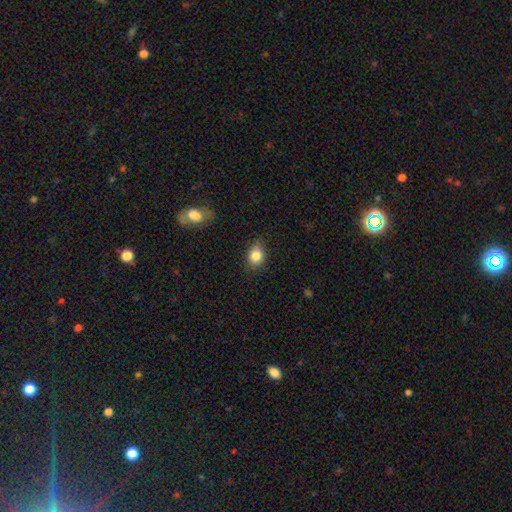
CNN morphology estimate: A smooth galaxy with no disk features (83%) that is in between round and cigar-shaped (61%).

Vote fractions:
- Smooth or featured? smooth: 83% / star or artifact: 9% / featured or disk: 7%
- How rounded? in between: 61% / round: 38% / cigar-shaped: 1%
- Merging? none: 79% / minor disturbance: 16% / major disturbance: 3% / merger: 1%